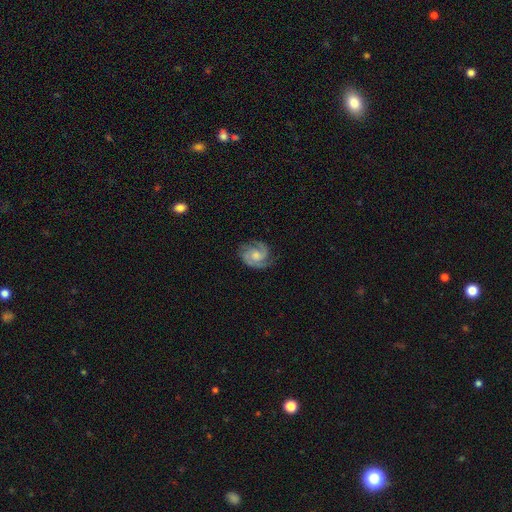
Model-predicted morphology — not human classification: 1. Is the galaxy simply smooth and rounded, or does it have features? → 87% featured or disk, 8% smooth, 5% star or artifact.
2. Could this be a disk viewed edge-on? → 98% no, 2% yes.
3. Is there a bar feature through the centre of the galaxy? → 65% no, 30% weak, 5% strong.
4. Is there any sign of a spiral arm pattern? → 98% yes, 2% no.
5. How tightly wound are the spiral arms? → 51% tight, 42% medium, 7% loose.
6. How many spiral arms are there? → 73% 2, 16% 3, 5% can't tell, 2% 1, 2% 4, 2% more than 4.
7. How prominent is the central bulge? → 47% moderate, 38% small, 9% none, 4% large, 1% dominant.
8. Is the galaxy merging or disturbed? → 77% none, 17% minor disturbance, 6% major disturbance, 1% merger.